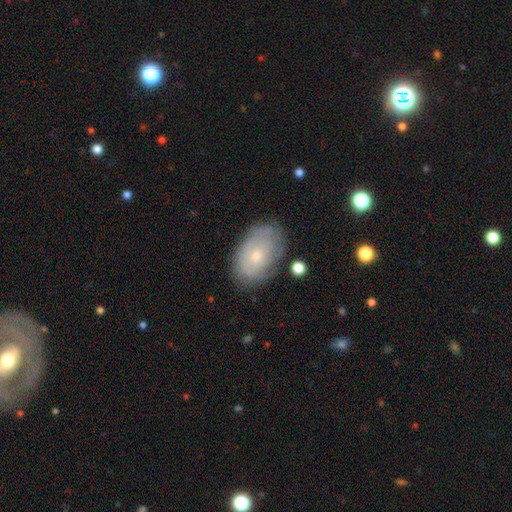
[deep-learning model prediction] Overall: featured or disk (47%; smooth 45%). Merging: none (71%).